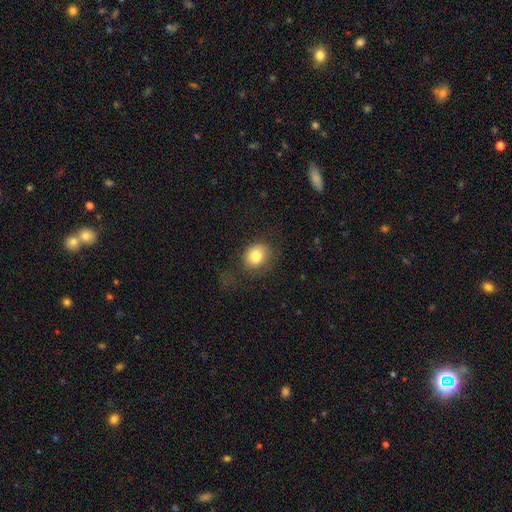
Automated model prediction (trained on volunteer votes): smooth-or-featured: smooth: 81% | star or artifact: 10% | featured or disk: 9%
  how-rounded: round: 72% | in between: 27% | cigar-shaped: 1%
  merging: none: 69% | minor disturbance: 17% | major disturbance: 12% | merger: 1%